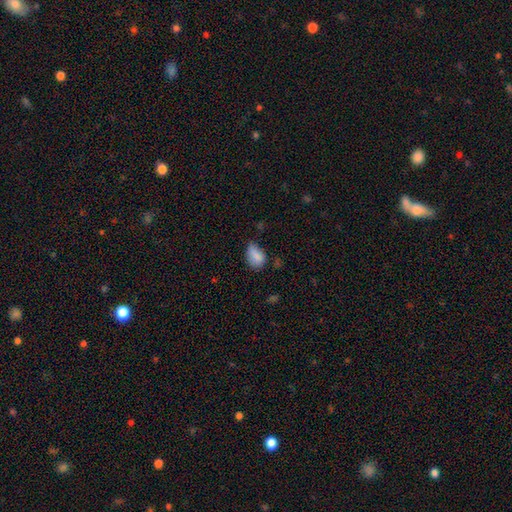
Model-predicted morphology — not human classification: smooth-or-featured: smooth: 82% | star or artifact: 9% | featured or disk: 9%
  how-rounded: in between: 84% | round: 14% | cigar-shaped: 2%
  merging: none: 44% | minor disturbance: 41% | major disturbance: 11% | merger: 3%